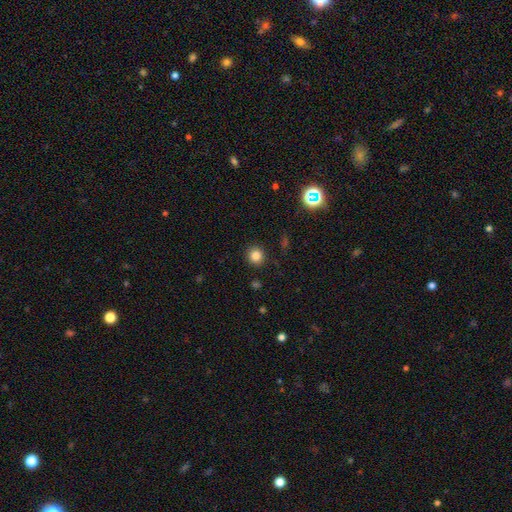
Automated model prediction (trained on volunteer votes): Overall: smooth (83%). How rounded: round (91%). Merging: none (90%).